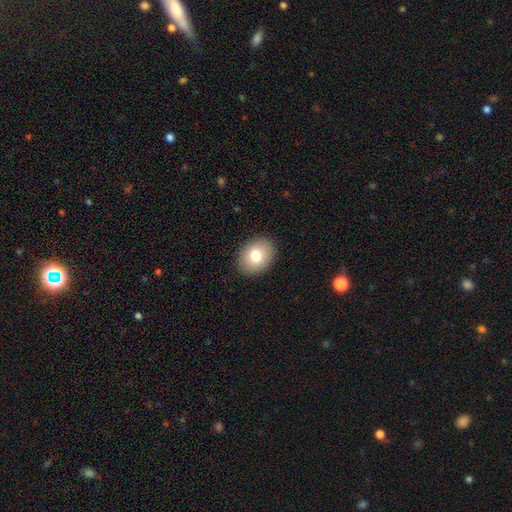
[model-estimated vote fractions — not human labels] The model was most divided on "how rounded": in between: 61%, round: 38%, cigar-shaped: 1%. More confident: merging — none (89%); smooth or featured — smooth (79%).